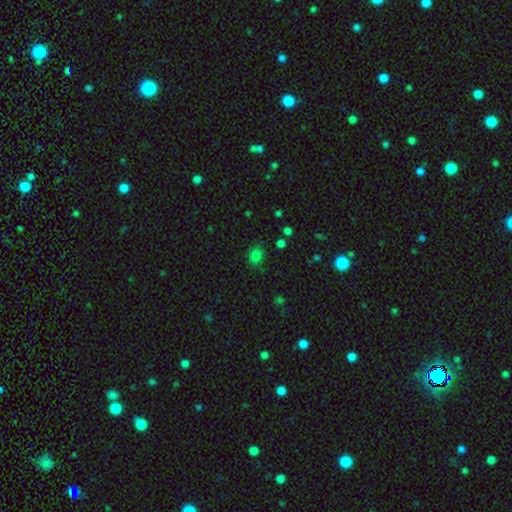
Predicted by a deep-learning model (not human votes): Smooth or featured? Predicted: smooth (p=0.79). How rounded? Predicted: round (p=0.57). Merging? Predicted: none (p=0.79).